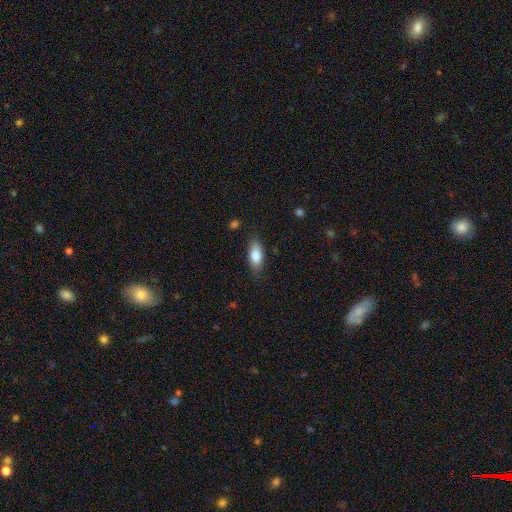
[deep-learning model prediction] smooth_or_featured: smooth (p=0.81) [alt: featured or disk p=0.12]
how_rounded: in between (p=0.84) [alt: cigar-shaped p=0.13]
merging: none (p=0.81) [alt: minor disturbance p=0.15]